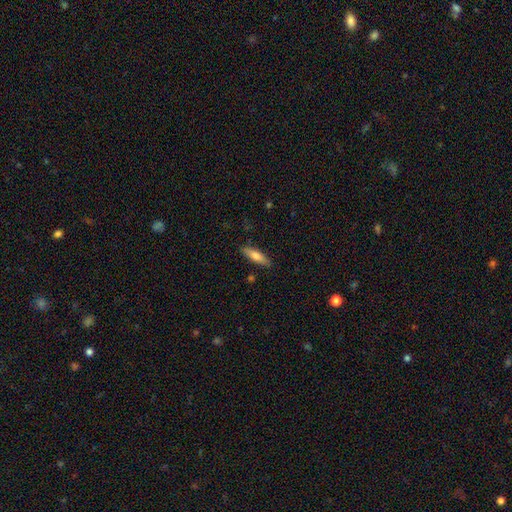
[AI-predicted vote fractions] The model was most divided on "how rounded": cigar-shaped: 64%, in between: 35%, round: 2%. More confident: merging — none (86%); smooth or featured — smooth (70%).